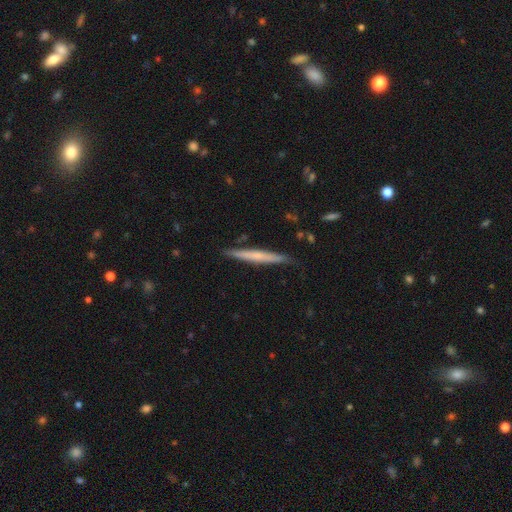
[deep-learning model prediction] smooth_or_featured: smooth (p=0.49) [alt: featured or disk p=0.45]
merging: none (p=0.84) [alt: minor disturbance p=0.12]